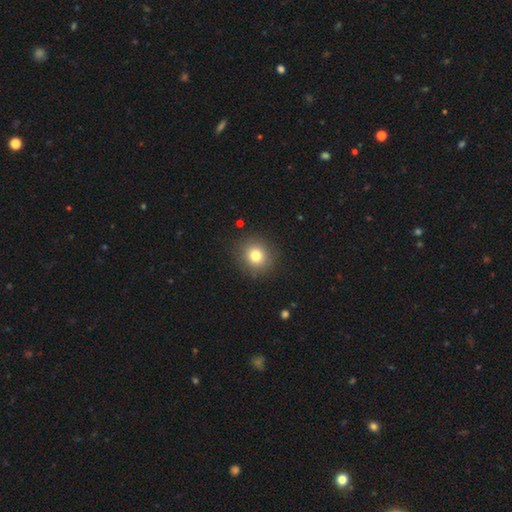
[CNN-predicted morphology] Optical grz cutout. It shows a smooth galaxy with no disk features (79%) that is round (88%). Merging: none (89%).